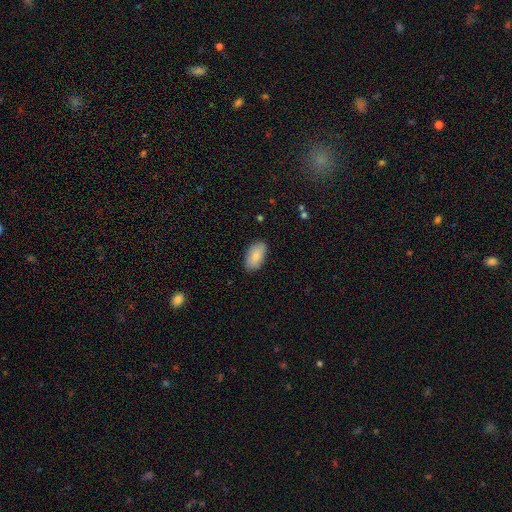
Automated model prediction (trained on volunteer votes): Smooth or featured? Predicted: smooth (p=0.84). How rounded? Predicted: in between (p=0.95). Merging? Predicted: none (p=0.86).